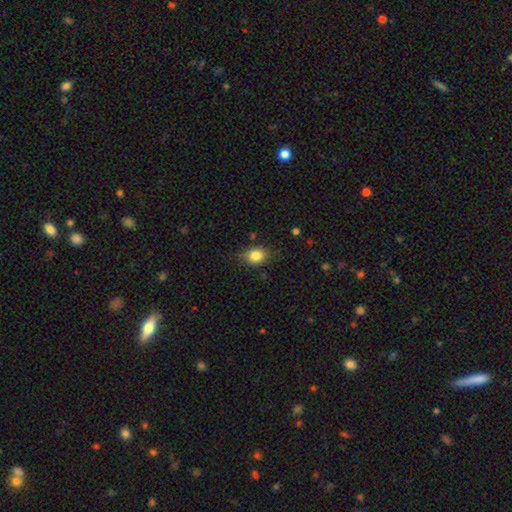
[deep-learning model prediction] Overall: smooth (82%). How rounded: round (50%; in between 48%). Merging: none (74%).